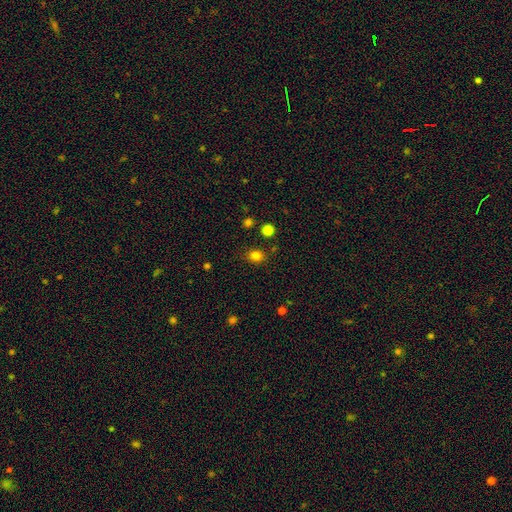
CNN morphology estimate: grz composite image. It shows a smooth galaxy with no disk features (81%) that is round (64%). Merging: none (84%).